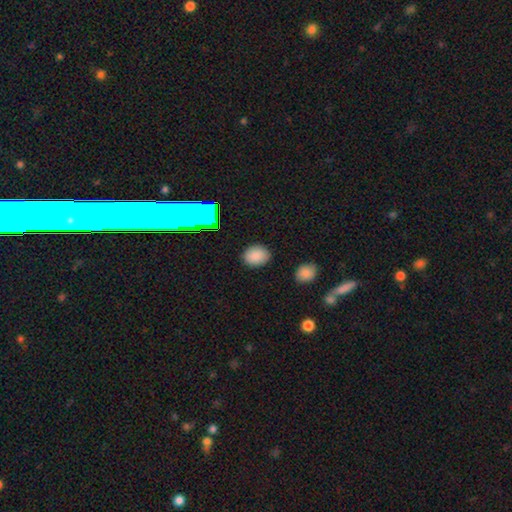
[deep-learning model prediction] smooth 84%, star or artifact 11%, featured or disk 5%. Down the decision tree: how rounded — in between (58%); merging — none (86%).